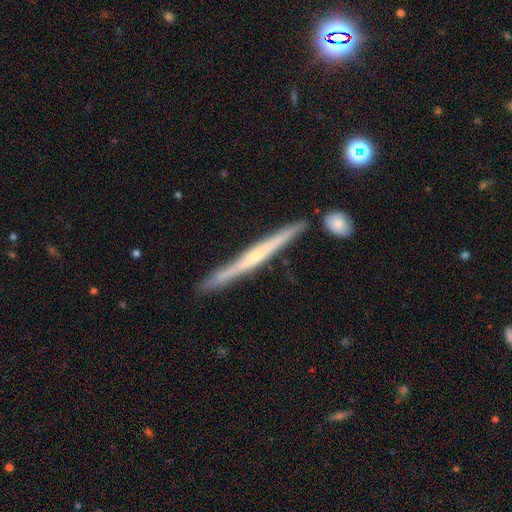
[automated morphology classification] smooth_or_featured: featured or disk (p=0.73) [alt: smooth p=0.21]
disk_edge_on: yes (p=0.97) [alt: no p=0.03]
edge_on_bulge: rounded (p=0.48) [alt: none p=0.43]
merging: none (p=0.84) [alt: minor disturbance p=0.10]